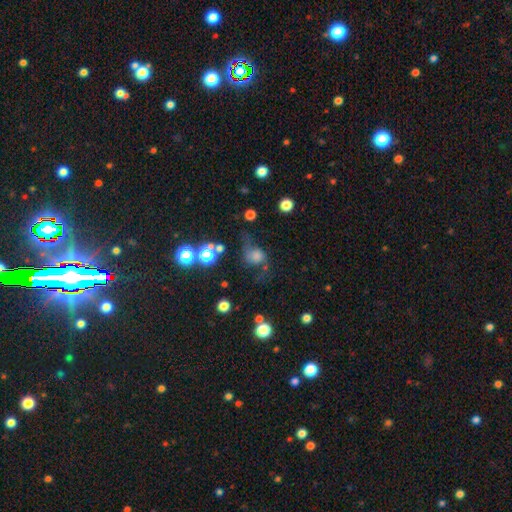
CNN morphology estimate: A smooth galaxy with no disk features (48%). Merging: none (41%).